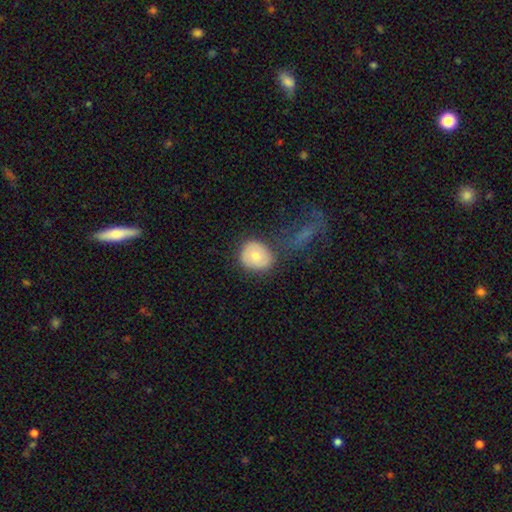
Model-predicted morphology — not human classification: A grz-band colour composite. It shows a smooth galaxy with no disk features (70%) that is round (71%). Merging: none (68%).